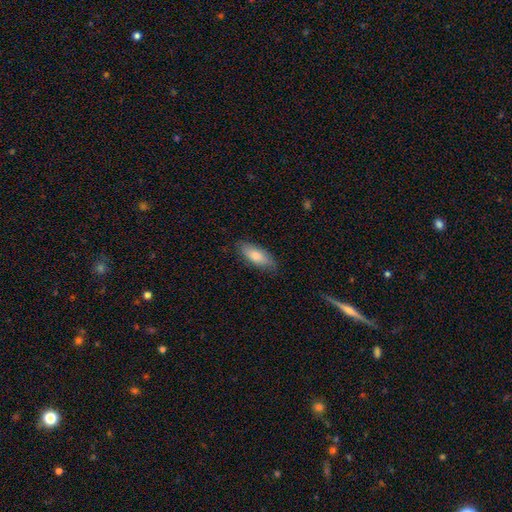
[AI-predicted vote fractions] Smooth or featured? Predicted: smooth (p=0.76). How rounded? Predicted: in between (p=0.70). Merging? Predicted: none (p=0.83).